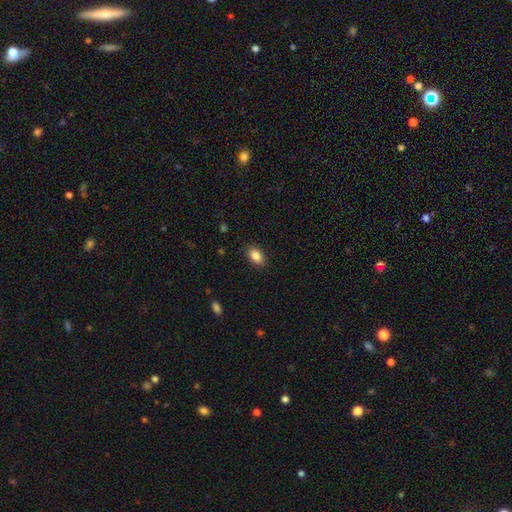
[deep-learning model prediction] A smooth galaxy with no disk features (87%) that is in between round and cigar-shaped (91%).

Vote fractions:
- Smooth or featured? smooth: 87% / star or artifact: 8% / featured or disk: 5%
- How rounded? in between: 91% / round: 7% / cigar-shaped: 2%
- Merging? none: 89% / minor disturbance: 8% / major disturbance: 2% / merger: 1%